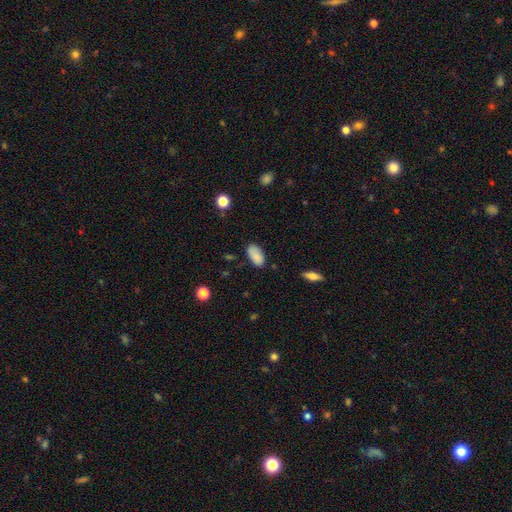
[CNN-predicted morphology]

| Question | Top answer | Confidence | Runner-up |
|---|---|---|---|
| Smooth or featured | smooth | 87% | star or artifact (7%) |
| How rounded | in between | 94% | cigar-shaped (3%) |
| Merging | none | 79% | minor disturbance (16%) |